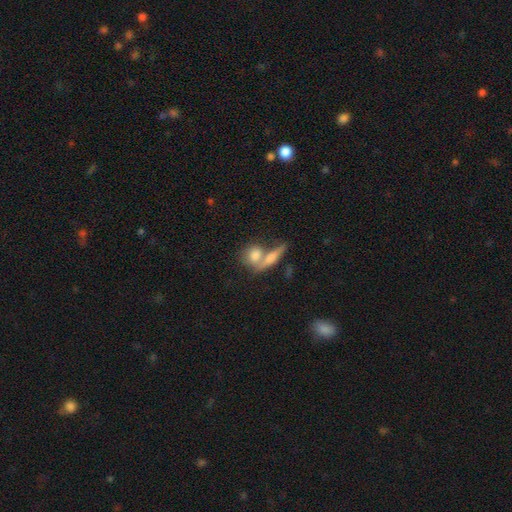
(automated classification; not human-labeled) This appears to be a smooth galaxy with no disk features (73%) that is in between round and cigar-shaped (46%). Merging: merger (52%).